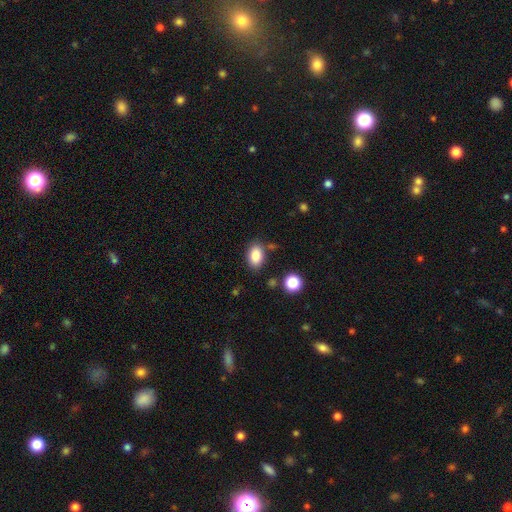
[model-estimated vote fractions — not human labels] This is clearly a smooth galaxy (86%). How rounded: clearly in between (87%). Merging: likely none (79%).